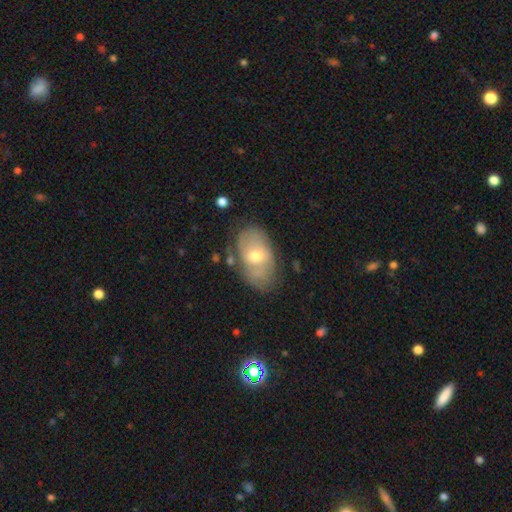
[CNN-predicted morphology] Smooth or featured? Predicted: featured or disk (p=0.49). Merging? Predicted: none (p=0.72).